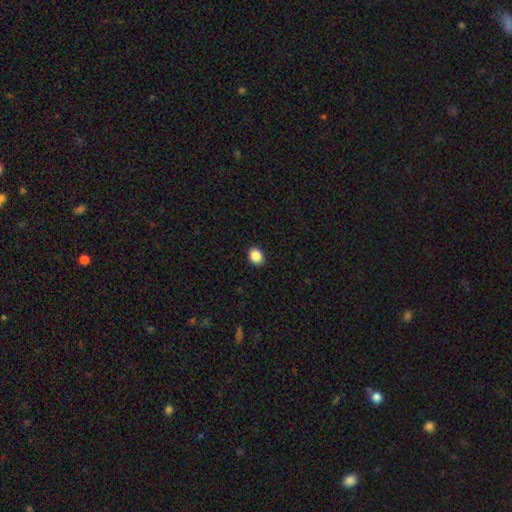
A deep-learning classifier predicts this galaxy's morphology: Smooth or featured? smooth (88%)
How rounded? in between (53%)
Merging? none (90%)